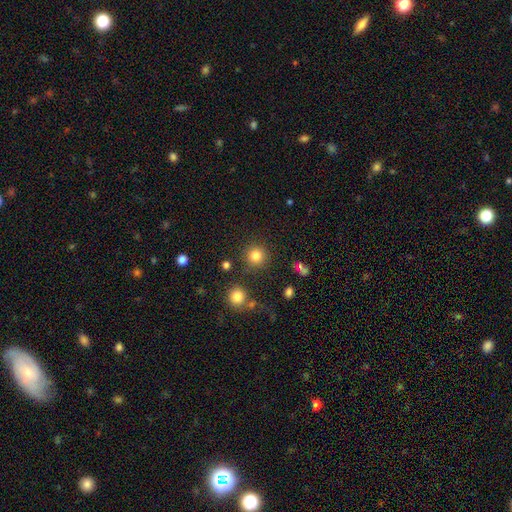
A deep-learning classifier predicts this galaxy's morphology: type=smooth (82%); roundness=round (94%); merging=none (86%).